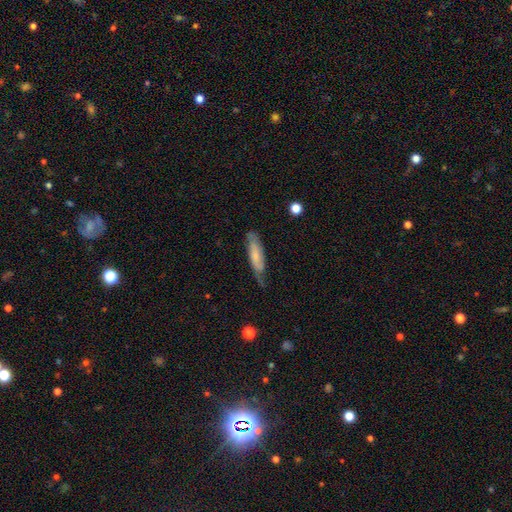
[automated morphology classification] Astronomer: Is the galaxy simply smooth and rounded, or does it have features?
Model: smooth — 47% (runner-up: featured or disk, 46%).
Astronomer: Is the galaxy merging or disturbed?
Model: none — 61%.